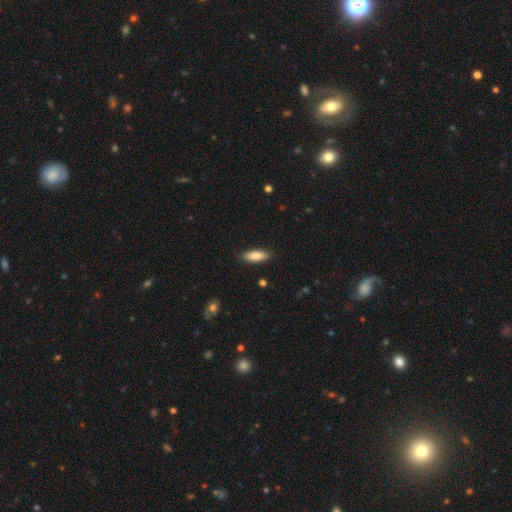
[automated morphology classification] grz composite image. It shows a smooth galaxy with no disk features (83%) that is in between round and cigar-shaped (68%). Merging: none (88%).